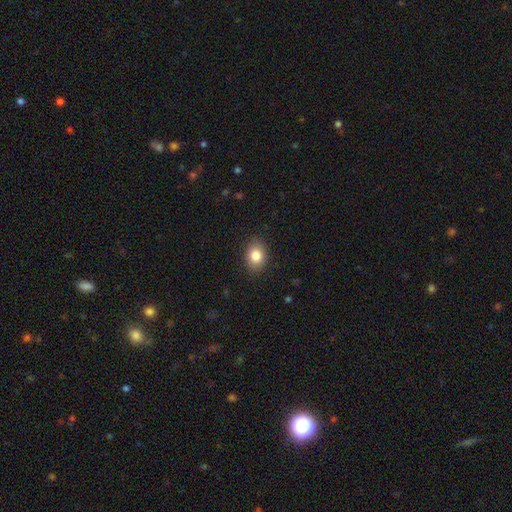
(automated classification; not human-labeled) Overall: smooth (84%). How rounded: in between (66%; round 33%). Merging: none (88%).